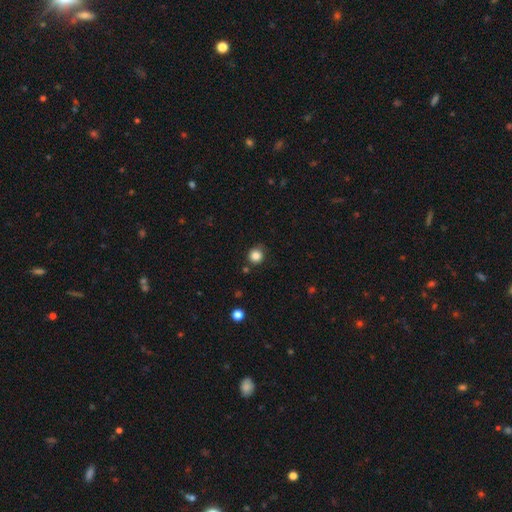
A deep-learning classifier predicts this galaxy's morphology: Overall: smooth (84%). How rounded: round (92%). Merging: none (82%).